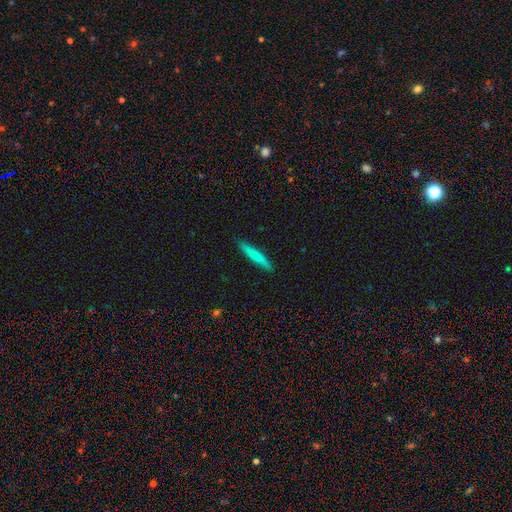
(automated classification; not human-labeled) smooth 76%, featured or disk 19%, star or artifact 6%. Down the decision tree: how rounded — cigar-shaped (94%); merging — none (90%).